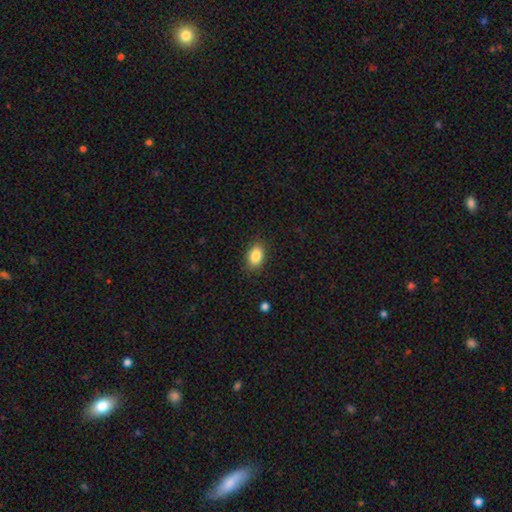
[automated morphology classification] The model was most divided on "merging": none: 85%, minor disturbance: 11%, major disturbance: 3%, merger: 1%. More confident: smooth or featured — smooth (86%); how rounded — in between (86%).